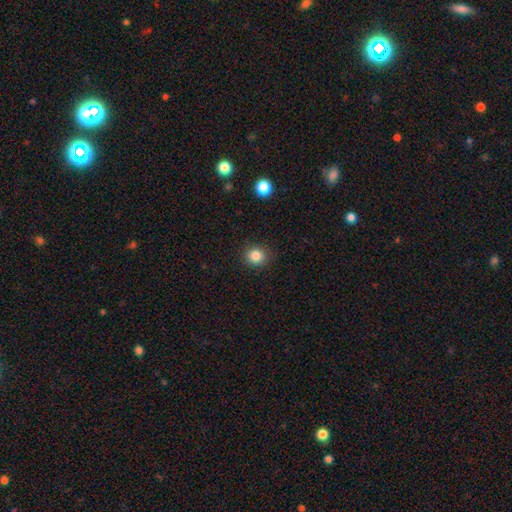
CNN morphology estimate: Q: Smooth or featured?
A: smooth (84%); runner-up: star or artifact (11%)
Q: How rounded?
A: round (86%); runner-up: in between (13%)
Q: Merging?
A: none (89%); runner-up: minor disturbance (7%)